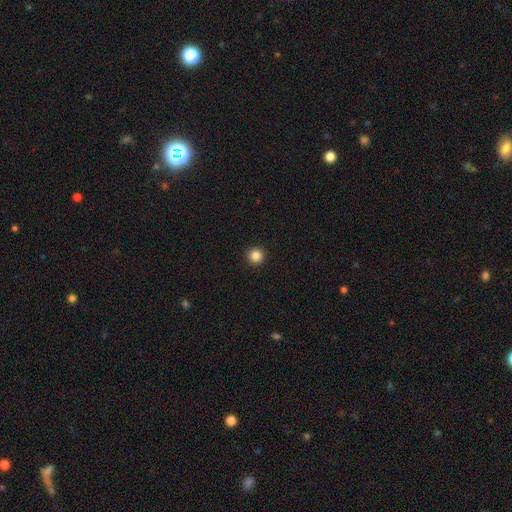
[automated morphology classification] A smooth galaxy with no disk features (85%) that is round (96%). Merging: none (93%).